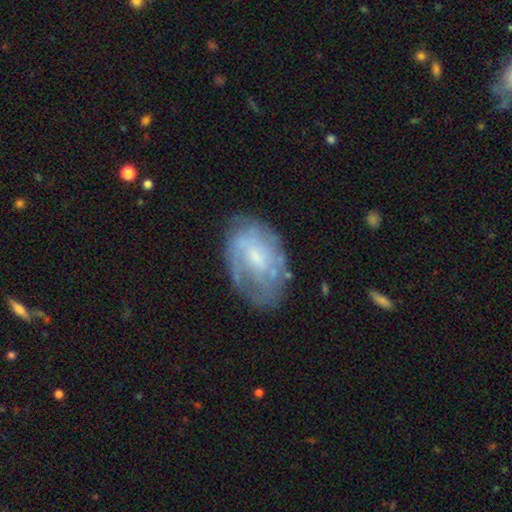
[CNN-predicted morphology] smooth-or-featured: featured or disk: 59% | smooth: 34% | star or artifact: 8%
  disk-edge-on: no: 96% | yes: 4%
    bar: no: 55% | weak: 38% | strong: 7%
    has-spiral-arms: yes: 60% | no: 40%
    bulge-size: small: 48% | moderate: 33% | none: 14% | large: 4% | dominant: 1%
  merging: none: 62% | minor disturbance: 24% | major disturbance: 12% | merger: 2%